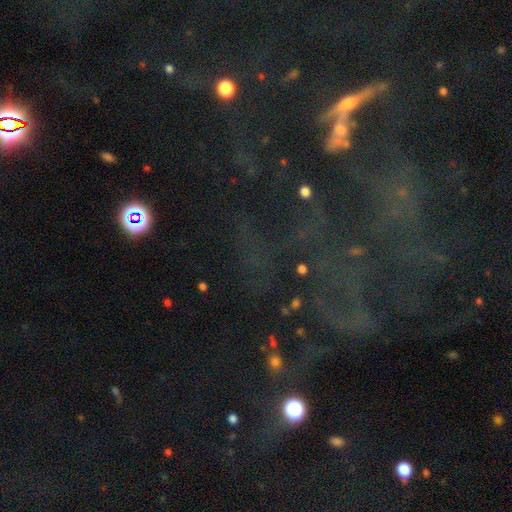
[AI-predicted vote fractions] This is likely a star or artifact rather than a galaxy (66%).